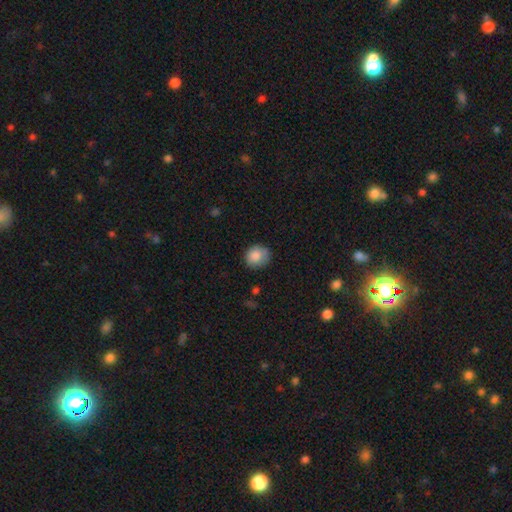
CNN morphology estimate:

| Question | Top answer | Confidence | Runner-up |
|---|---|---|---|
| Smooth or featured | smooth | 84% | star or artifact (8%) |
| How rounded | round | 78% | in between (21%) |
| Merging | none | 74% | minor disturbance (20%) |